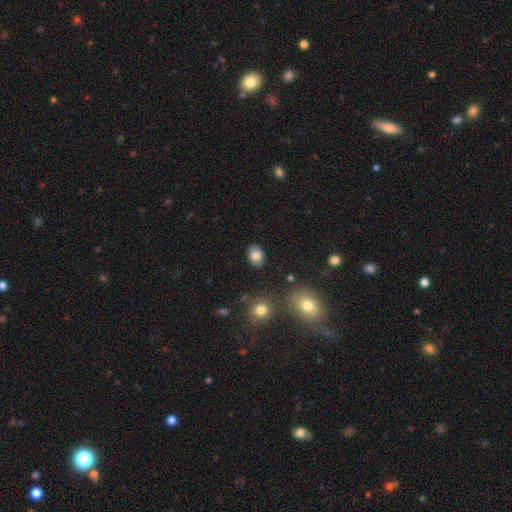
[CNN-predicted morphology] This appears to be a smooth galaxy with no disk features (81%) that is in between round and cigar-shaped (78%). Merging: none (85%).